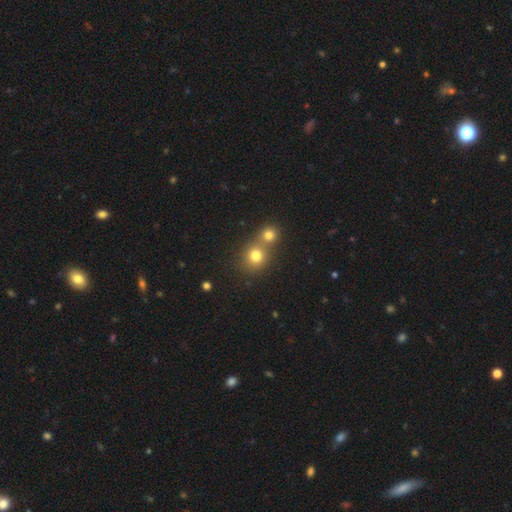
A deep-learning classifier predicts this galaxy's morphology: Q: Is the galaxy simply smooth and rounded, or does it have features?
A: smooth — 76%.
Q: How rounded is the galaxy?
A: round — 85%.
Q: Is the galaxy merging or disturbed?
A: merger — 46%, tied with none.